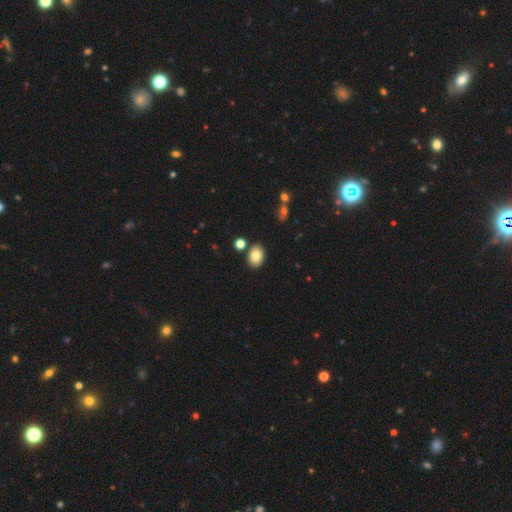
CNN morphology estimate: The model was most divided on "how rounded": in between: 77%, round: 22%, cigar-shaped: 1%. More confident: smooth or featured — smooth (83%); merging — none (83%).